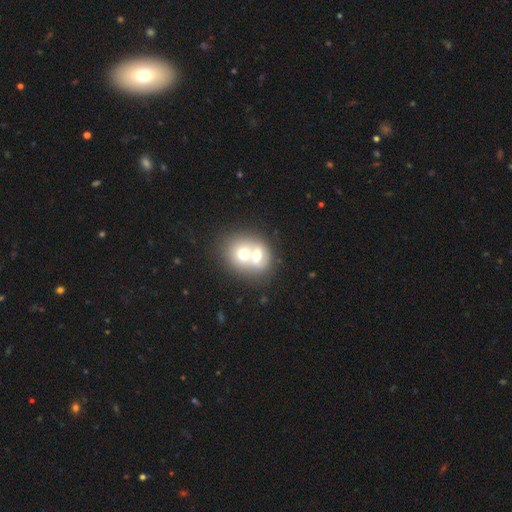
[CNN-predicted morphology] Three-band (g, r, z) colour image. It shows a smooth galaxy with no disk features (59%) that is round (62%). Merging: merger (72%).